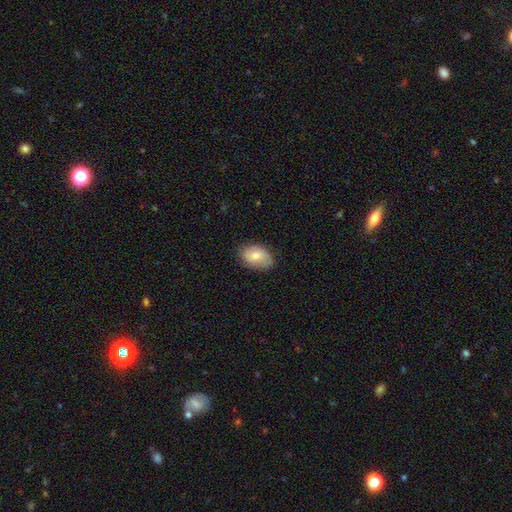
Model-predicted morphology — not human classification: smooth_or_featured: smooth (p=0.72) [alt: featured or disk p=0.21]
how_rounded: in between (p=0.85) [alt: round p=0.14]
merging: none (p=0.77) [alt: minor disturbance p=0.18]